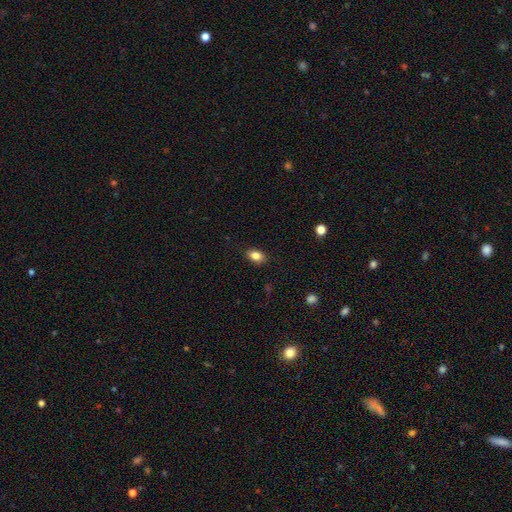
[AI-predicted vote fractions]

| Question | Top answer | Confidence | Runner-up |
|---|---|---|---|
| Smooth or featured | smooth | 83% | star or artifact (9%) |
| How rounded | in between | 80% | round (19%) |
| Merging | none | 86% | minor disturbance (10%) |